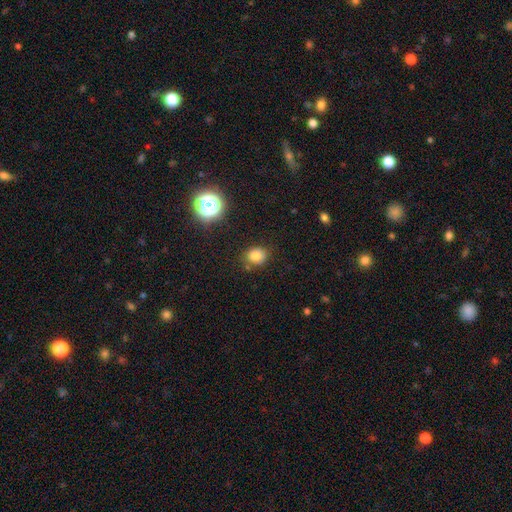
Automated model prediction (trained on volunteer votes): Smooth or featured? smooth (78%)
How rounded? round (68%)
Merging? none (79%)